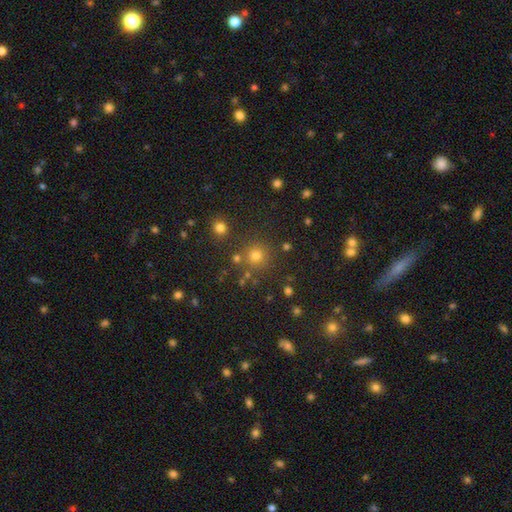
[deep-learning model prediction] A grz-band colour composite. It shows a smooth galaxy with no disk features (71%) that is round (93%). Merging: none (82%).